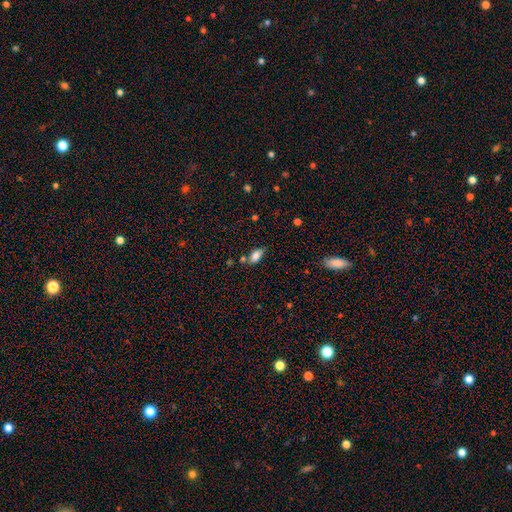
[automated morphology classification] A smooth galaxy with no disk features (79%) that is in between round and cigar-shaped (87%).

Vote fractions:
- Smooth or featured? smooth: 79% / featured or disk: 12% / star or artifact: 9%
- How rounded? in between: 87% / cigar-shaped: 10% / round: 4%
- Merging? none: 67% / minor disturbance: 19% / merger: 10% / major disturbance: 5%